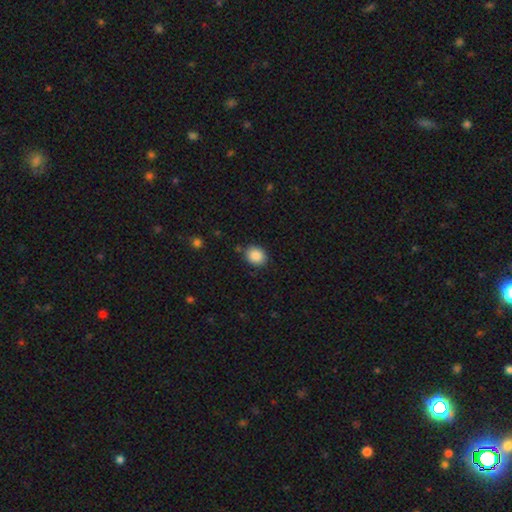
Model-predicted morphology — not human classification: The model was most divided on "how rounded": round: 54%, in between: 45%, cigar-shaped: 1%. More confident: smooth or featured — smooth (88%); merging — none (86%).